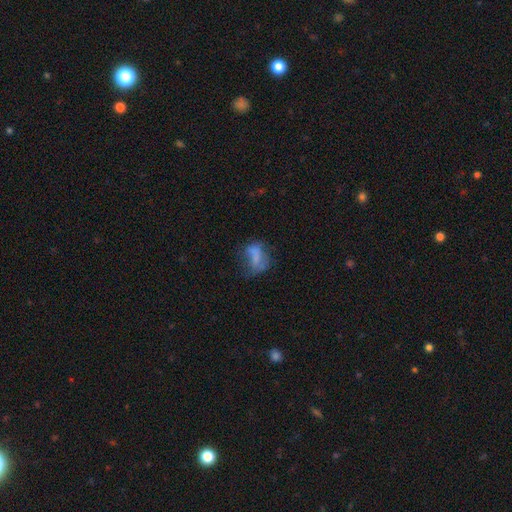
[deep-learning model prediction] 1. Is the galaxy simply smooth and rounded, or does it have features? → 56% smooth, 31% featured or disk, 13% star or artifact.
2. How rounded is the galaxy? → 73% in between, 24% round, 3% cigar-shaped.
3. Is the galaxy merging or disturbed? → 34% major disturbance, 33% none, 26% minor disturbance, 7% merger.